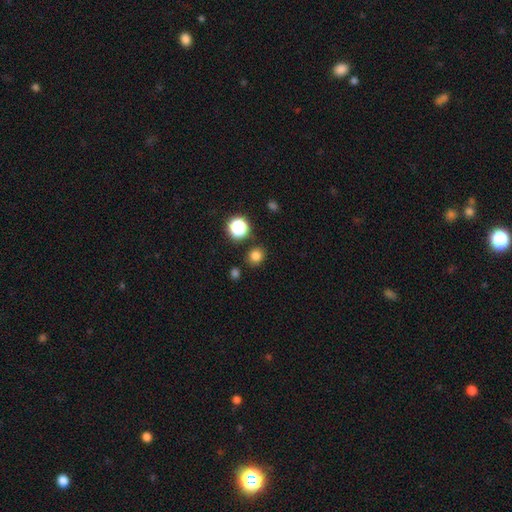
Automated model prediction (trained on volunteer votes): This appears to be a smooth galaxy with no disk features (79%) that is round (81%). Merging: none (85%).